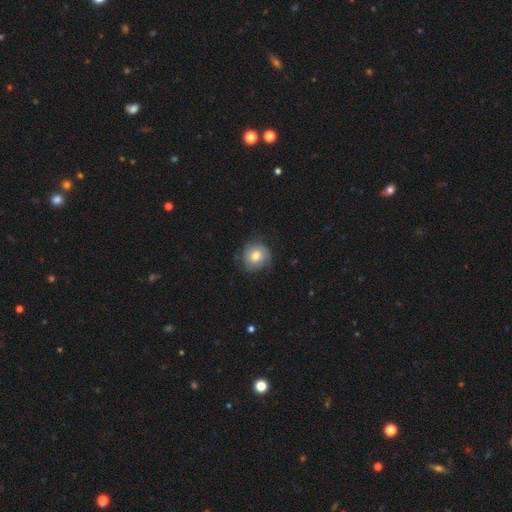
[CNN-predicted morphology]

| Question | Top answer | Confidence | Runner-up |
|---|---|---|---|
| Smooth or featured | smooth | 67% | featured or disk (26%) |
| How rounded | round | 83% | in between (16%) |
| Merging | none | 70% | minor disturbance (21%) |